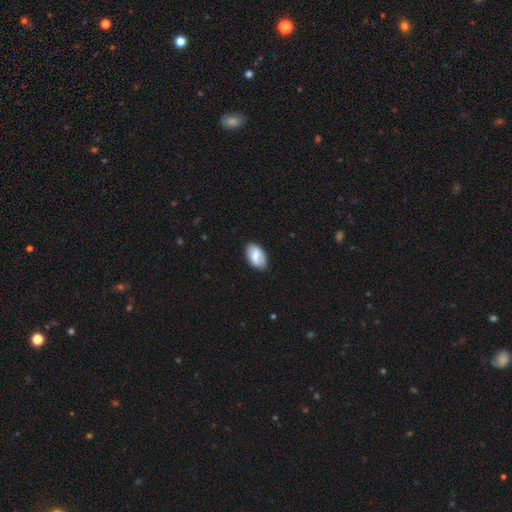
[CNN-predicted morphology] Q: Smooth or featured?
A: smooth (72%); runner-up: featured or disk (22%)
Q: How rounded?
A: in between (94%); runner-up: round (4%)
Q: Merging?
A: none (82%); runner-up: minor disturbance (14%)